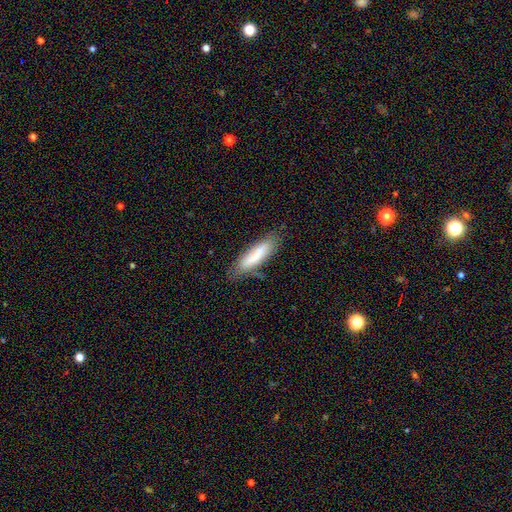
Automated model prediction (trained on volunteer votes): Smooth or featured? smooth (78%)
How rounded? cigar-shaped (69%)
Merging? none (73%)